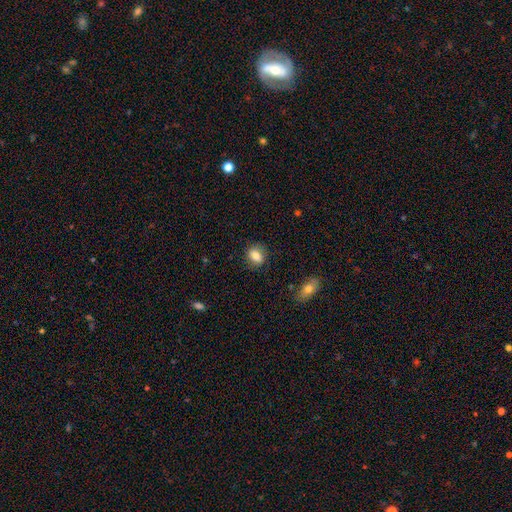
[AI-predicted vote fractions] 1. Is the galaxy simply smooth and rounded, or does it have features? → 83% smooth, 9% featured or disk, 8% star or artifact.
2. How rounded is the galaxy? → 62% in between, 36% round, 2% cigar-shaped.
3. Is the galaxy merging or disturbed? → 82% none, 13% minor disturbance, 3% major disturbance, 2% merger.